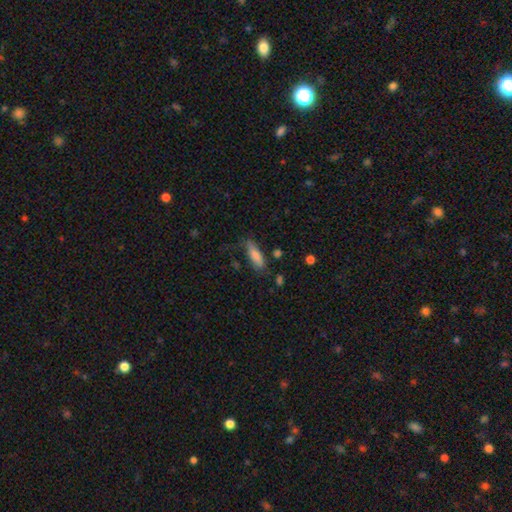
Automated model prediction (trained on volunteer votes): This is likely a smooth galaxy (79%). How rounded: possibly cigar-shaped (51%). Merging: likely none (63%).